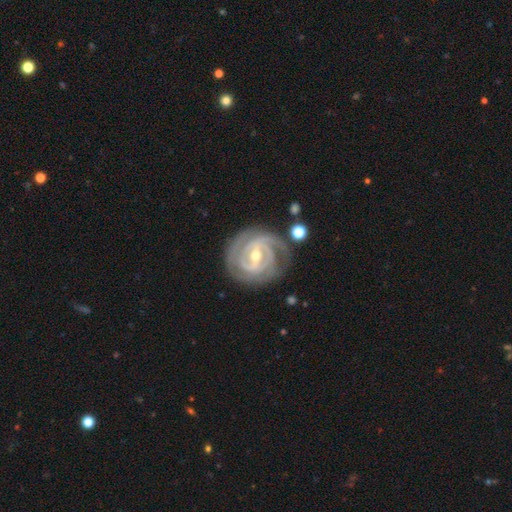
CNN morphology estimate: smooth_or_featured: featured or disk (p=0.91) [alt: smooth p=0.04]
disk_edge_on: no (p=0.97) [alt: yes p=0.03]
bar: weak (p=0.46) [alt: strong p=0.36]
has_spiral_arms: yes (p=0.98) [alt: no p=0.02]
spiral_winding: tight (p=0.73) [alt: medium p=0.24]
spiral_arm_count: 3 (p=0.37) [alt: 2 p=0.28]
bulge_size: moderate (p=0.50) [alt: small p=0.47]
merging: none (p=0.77) [alt: minor disturbance p=0.15]